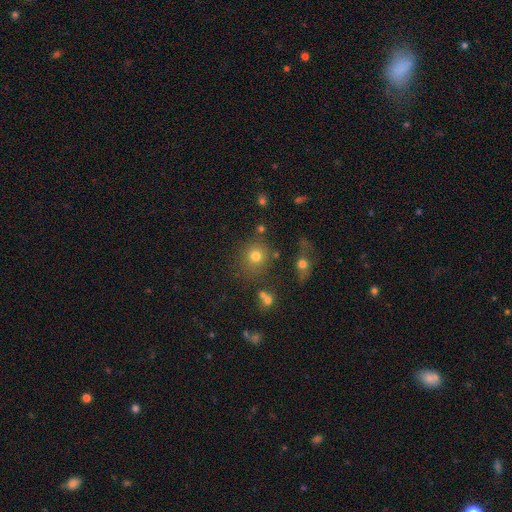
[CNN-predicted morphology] This is likely a smooth galaxy (74%). How rounded: clearly round (87%). Merging: likely none (75%).